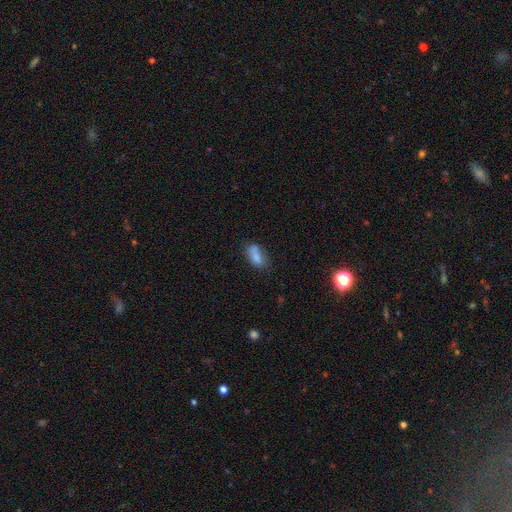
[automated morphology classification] A smooth galaxy with no disk features (78%) that is in between round and cigar-shaped (84%).

Vote fractions:
- Smooth or featured? smooth: 78% / featured or disk: 12% / star or artifact: 9%
- How rounded? in between: 84% / cigar-shaped: 11% / round: 5%
- Merging? none: 52% / minor disturbance: 27% / merger: 11% / major disturbance: 10%